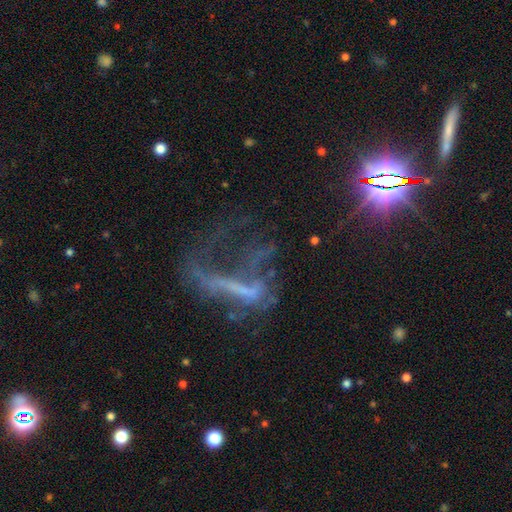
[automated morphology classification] A featured or disk galaxy (58%). Merging: major disturbance (46%).